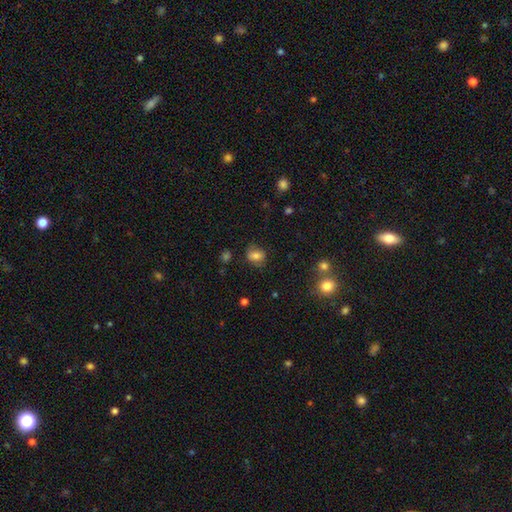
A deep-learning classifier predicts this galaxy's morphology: This is likely a smooth galaxy (77%). How rounded: possibly round (51%). Merging: likely none (75%).